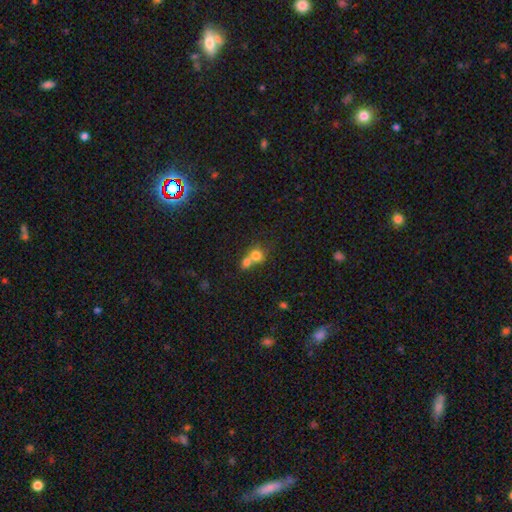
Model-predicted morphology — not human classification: This appears to be a smooth galaxy with no disk features (75%) that is round (75%). Merging: merger (65%).